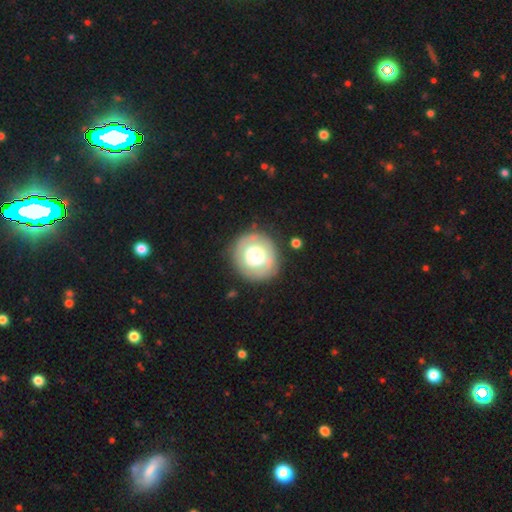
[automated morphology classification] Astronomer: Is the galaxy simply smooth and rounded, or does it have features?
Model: smooth — 56% (runner-up: featured or disk, 37%).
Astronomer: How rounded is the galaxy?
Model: round — 90%.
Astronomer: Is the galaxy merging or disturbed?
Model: none — 75%.